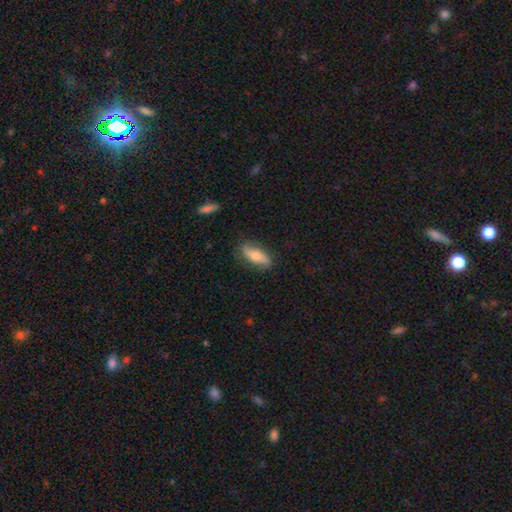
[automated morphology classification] Smooth or featured?
  - smooth: 59% *
  - featured or disk: 34%
  - star or artifact: 7%
How rounded?
  - in between: 70% *
  - cigar-shaped: 26%
  - round: 3%
Merging?
  - none: 76% *
  - minor disturbance: 18%
  - major disturbance: 4%
  - merger: 1%